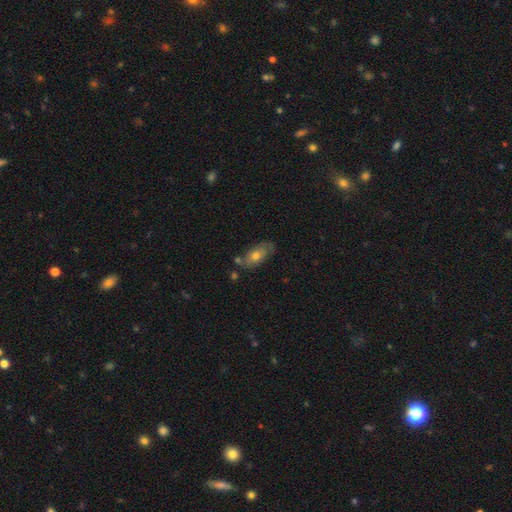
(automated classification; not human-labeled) Smooth or featured? smooth (54%)
How rounded? in between (86%)
Merging? none (61%)